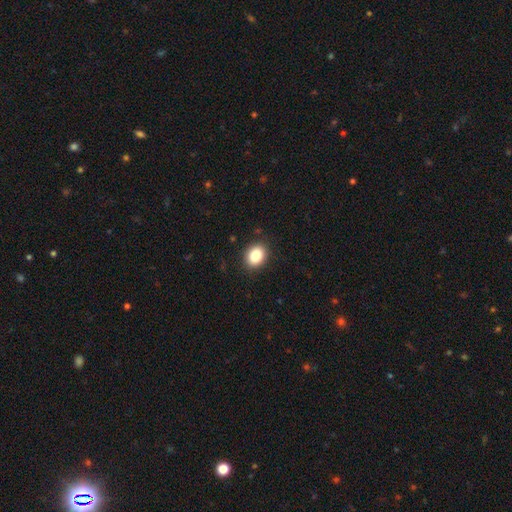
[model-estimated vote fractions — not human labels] Smooth or featured? Predicted: smooth (p=0.87). How rounded? Predicted: in between (p=0.60). Merging? Predicted: none (p=0.89).